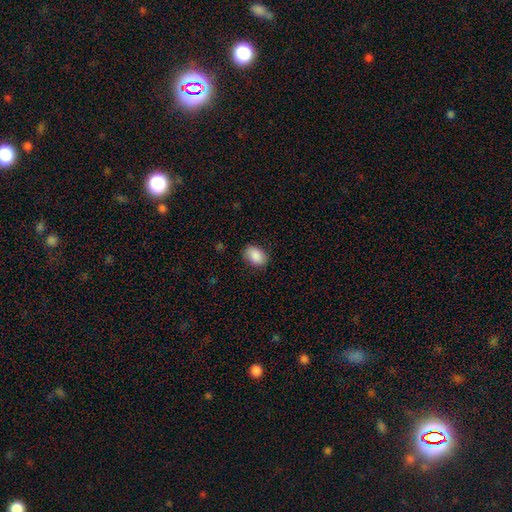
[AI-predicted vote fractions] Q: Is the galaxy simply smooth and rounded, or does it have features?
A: smooth — 89%.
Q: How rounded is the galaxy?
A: in between — 80%.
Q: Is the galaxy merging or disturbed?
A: none — 84%.